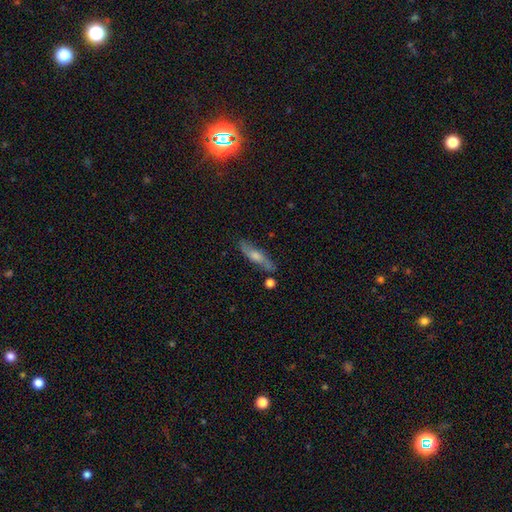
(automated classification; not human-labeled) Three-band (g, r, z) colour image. It shows a featured or disk galaxy (49%). Merging: none (79%).